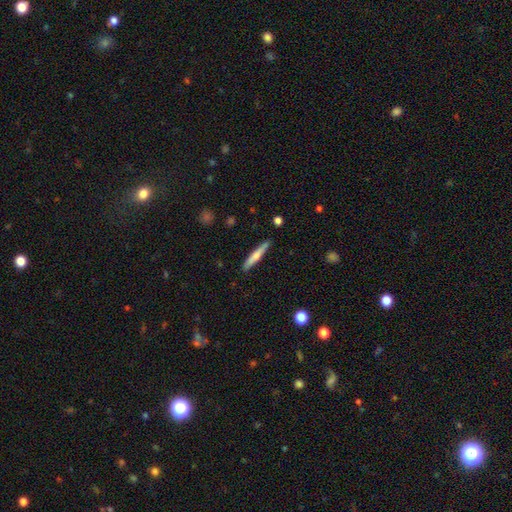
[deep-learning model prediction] Morphology: type=smooth (58%); roundness=cigar-shaped (94%); merging=none (89%).